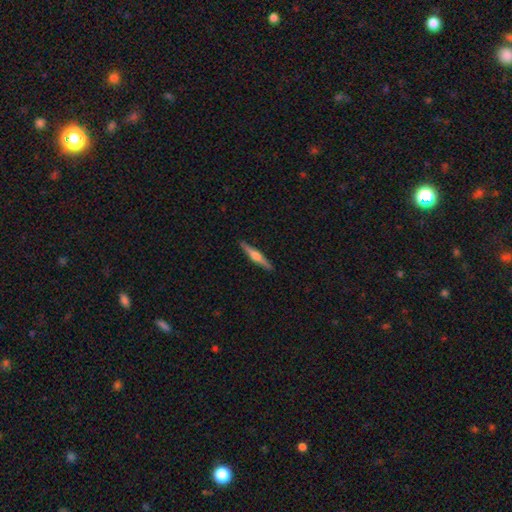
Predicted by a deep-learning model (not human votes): This is likely a featured or disk galaxy (71%). It is clearly viewed edge-on (98%). Edge-on bulge: clearly rounded (87%). Merging: clearly none (91%).